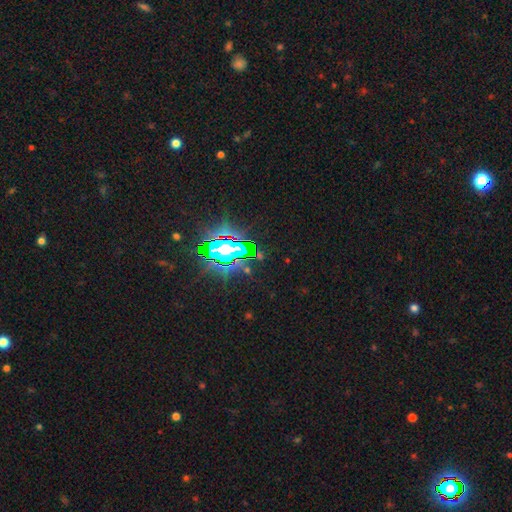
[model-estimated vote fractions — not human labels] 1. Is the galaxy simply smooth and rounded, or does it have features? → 79% star or artifact, 11% smooth, 10% featured or disk.